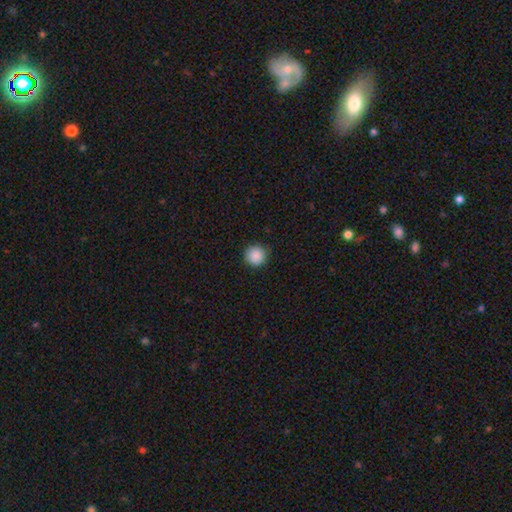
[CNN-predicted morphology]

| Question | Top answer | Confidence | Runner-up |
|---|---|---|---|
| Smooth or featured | smooth | 89% | star or artifact (9%) |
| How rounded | round | 95% | in between (4%) |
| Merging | none | 88% | minor disturbance (9%) |